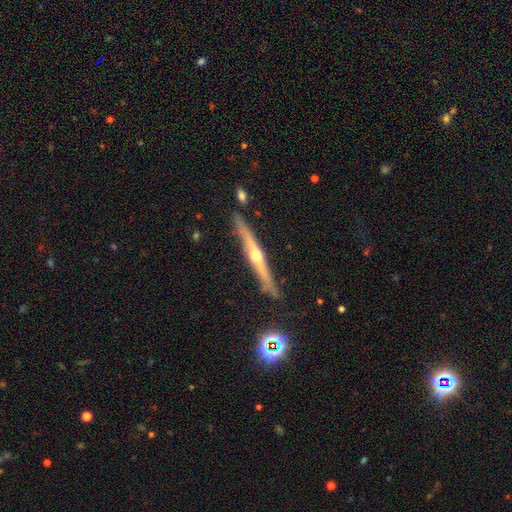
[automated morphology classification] Q: Smooth or featured?
A: featured or disk (75%); runner-up: smooth (19%)
Q: Edge-on disk?
A: yes (97%); runner-up: no (3%)
Q: Edge-on bulge?
A: rounded (89%); runner-up: none (8%)
Q: Merging?
A: none (83%); runner-up: minor disturbance (12%)